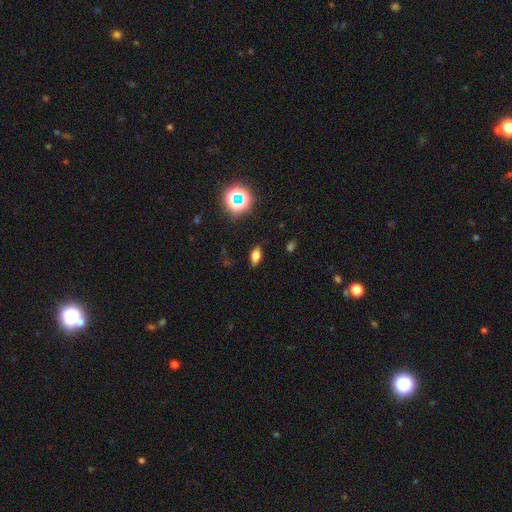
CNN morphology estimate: smooth_or_featured: smooth (p=0.69) [alt: star or artifact p=0.18]
how_rounded: in between (p=0.82) [alt: cigar-shaped p=0.10]
merging: none (p=0.85) [alt: minor disturbance p=0.10]